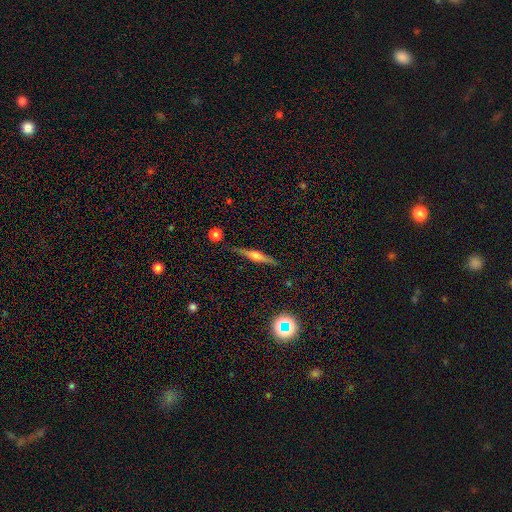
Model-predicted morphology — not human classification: type=featured or disk (65%); edge-on=yes (97%); edge-on bulge=rounded (84%); merging=none (88%).